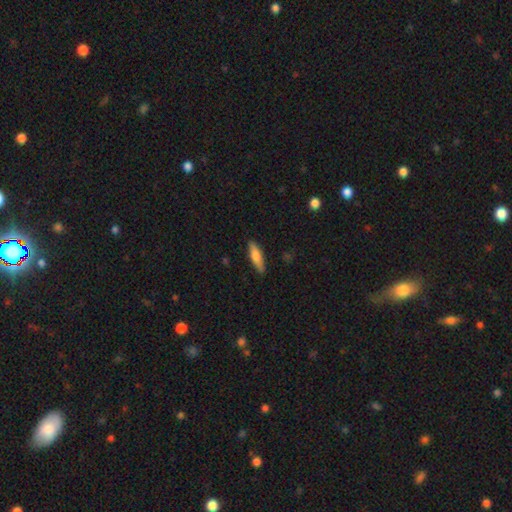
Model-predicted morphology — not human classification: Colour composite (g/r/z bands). It shows a smooth galaxy with no disk features (72%) that is cigar-shaped (65%). Merging: none (86%).